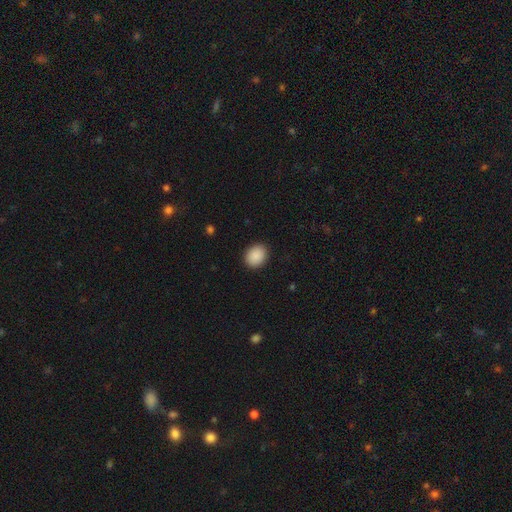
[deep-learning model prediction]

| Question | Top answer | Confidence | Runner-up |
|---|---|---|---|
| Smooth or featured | smooth | 90% | star or artifact (7%) |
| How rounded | in between | 53% | round (46%) |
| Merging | none | 90% | minor disturbance (7%) |